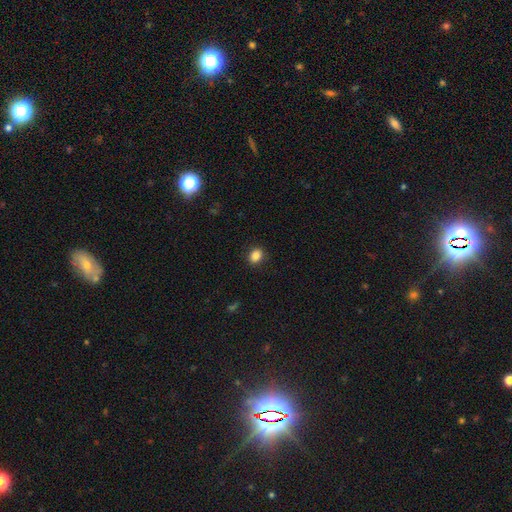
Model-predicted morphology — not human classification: The model was most divided on "how rounded": in between: 52%, round: 47%, cigar-shaped: 1%. More confident: merging — none (89%); smooth or featured — smooth (86%).